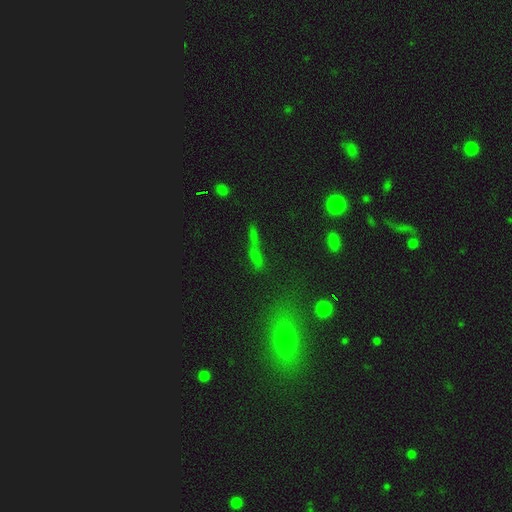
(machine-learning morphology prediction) This is possibly a star or artifact rather than a galaxy (46%).